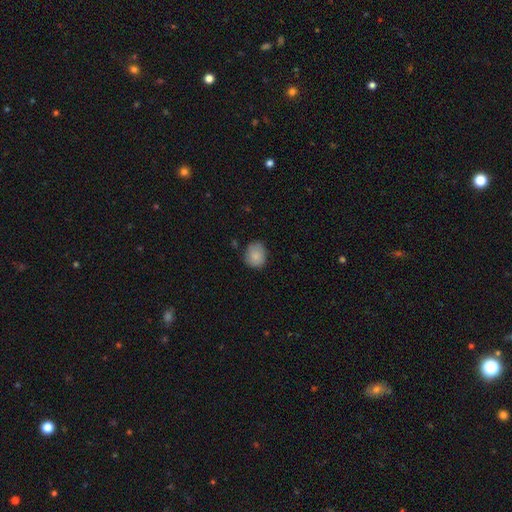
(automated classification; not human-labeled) Smooth or featured?
  - smooth: 84% *
  - featured or disk: 9%
  - star or artifact: 8%
How rounded?
  - round: 67% *
  - in between: 32%
  - cigar-shaped: 1%
Merging?
  - none: 74% *
  - minor disturbance: 21%
  - major disturbance: 4%
  - merger: 2%